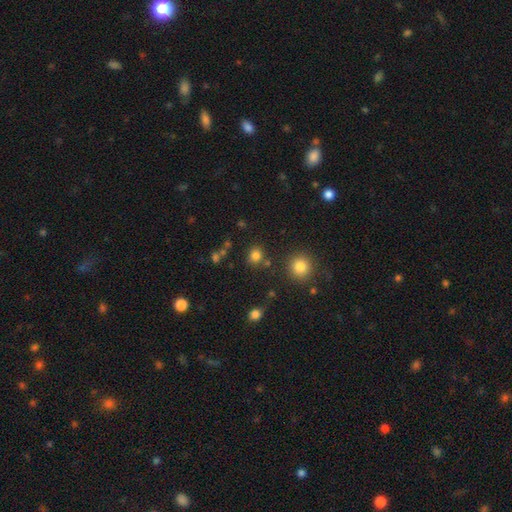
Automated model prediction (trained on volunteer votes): Smooth or featured: smooth — 80% (star or artifact — 15%)
How rounded: round — 80% (in between — 19%)
Merging: none — 79% (minor disturbance — 9%)